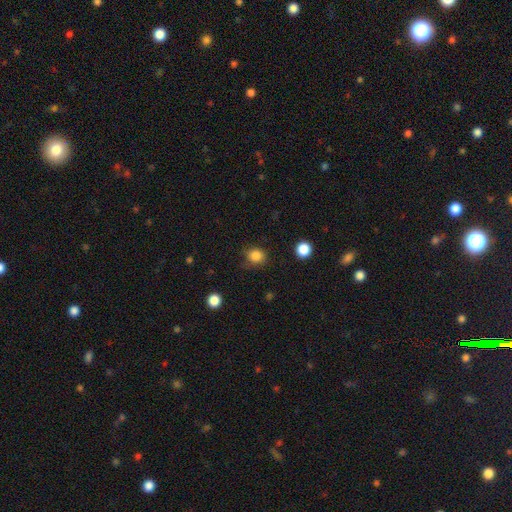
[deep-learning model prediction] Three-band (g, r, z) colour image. It shows a smooth galaxy with no disk features (84%) that is round (82%). Merging: none (75%).